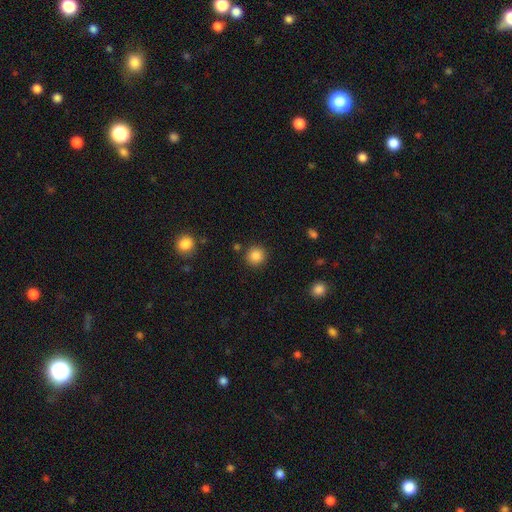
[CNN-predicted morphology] Q: Smooth or featured?
A: smooth (86%); runner-up: star or artifact (10%)
Q: How rounded?
A: round (92%); runner-up: in between (7%)
Q: Merging?
A: none (87%); runner-up: minor disturbance (7%)